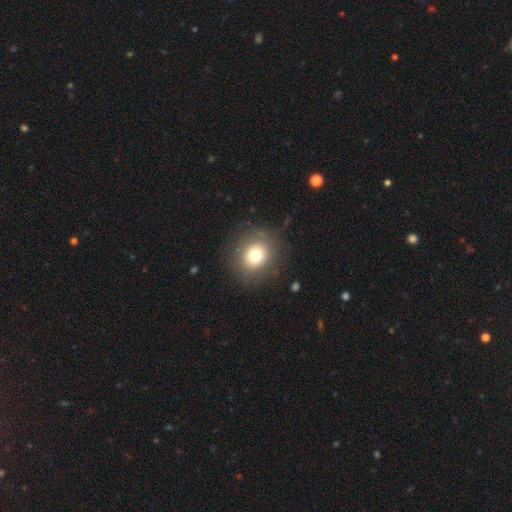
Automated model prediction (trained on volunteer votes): A smooth galaxy with no disk features (73%) that is round (87%).

Vote fractions:
- Smooth or featured? smooth: 73% / featured or disk: 14% / star or artifact: 13%
- How rounded? round: 87% / in between: 12% / cigar-shaped: 1%
- Merging? none: 86% / minor disturbance: 8% / major disturbance: 4% / merger: 1%